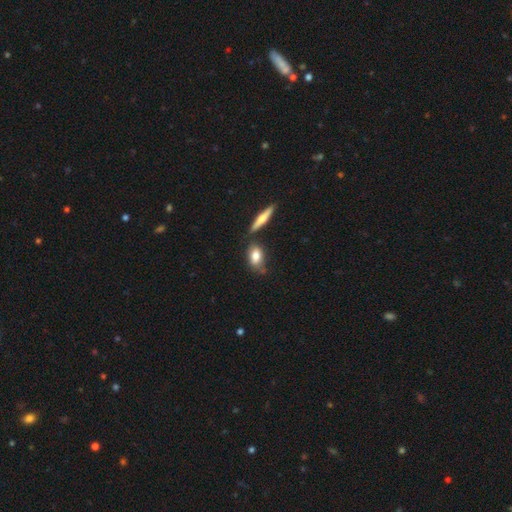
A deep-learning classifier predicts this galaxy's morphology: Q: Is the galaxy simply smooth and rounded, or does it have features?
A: smooth — 75%.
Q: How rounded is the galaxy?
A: in between — 81%.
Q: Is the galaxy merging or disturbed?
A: none — 62%.